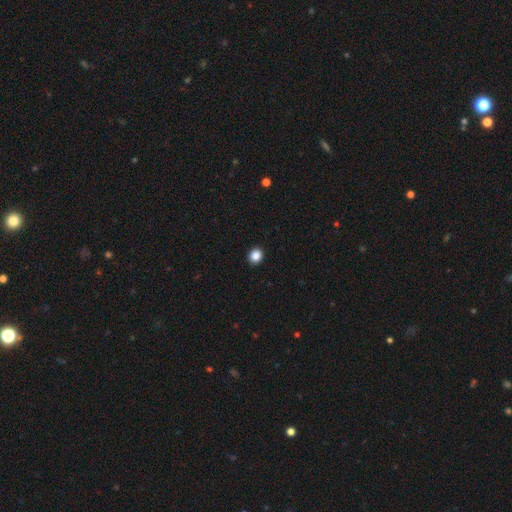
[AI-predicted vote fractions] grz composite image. It shows a smooth galaxy with no disk features (87%) that is round (80%). Merging: none (93%).